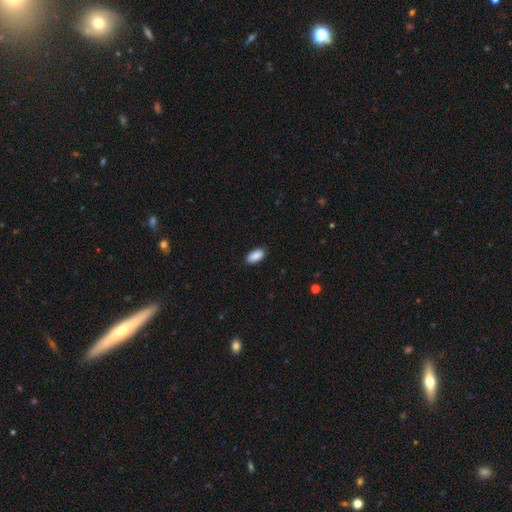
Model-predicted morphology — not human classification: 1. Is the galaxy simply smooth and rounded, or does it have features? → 90% smooth, 6% star or artifact, 4% featured or disk.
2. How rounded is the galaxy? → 94% in between, 4% cigar-shaped, 3% round.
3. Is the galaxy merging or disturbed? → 88% none, 9% minor disturbance, 2% major disturbance, 1% merger.